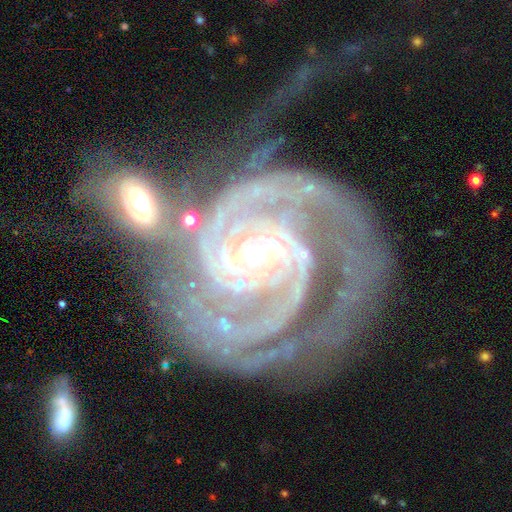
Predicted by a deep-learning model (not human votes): This appears to be a featured or disk galaxy (93%) with no bar (45%), 2 (49%) tight (67%) spiral arms (98%) and a small central bulge (52%). Merging: none (32%).